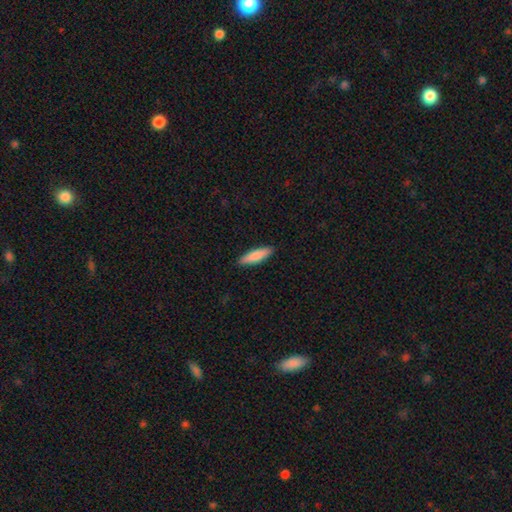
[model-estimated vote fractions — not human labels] A smooth galaxy with no disk features (83%) that is cigar-shaped (69%).

Vote fractions:
- Smooth or featured? smooth: 83% / featured or disk: 12% / star or artifact: 5%
- How rounded? cigar-shaped: 69% / in between: 29% / round: 1%
- Merging? none: 91% / minor disturbance: 7% / major disturbance: 1% / merger: 1%